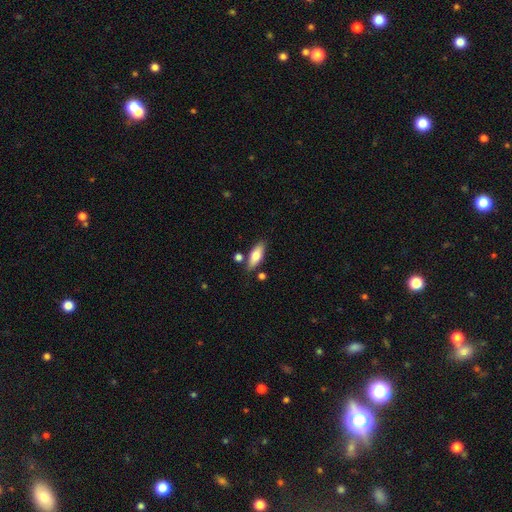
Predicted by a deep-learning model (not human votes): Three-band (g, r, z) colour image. It shows a smooth galaxy with no disk features (72%) that is in between round and cigar-shaped (68%). Merging: none (78%).